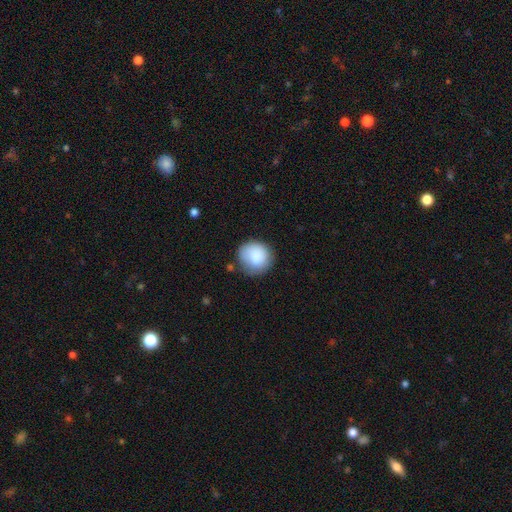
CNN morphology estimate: Overall: smooth (86%). How rounded: round (88%). Merging: none (70%).